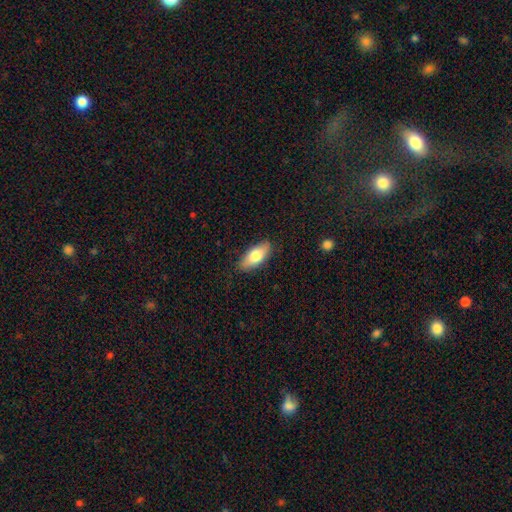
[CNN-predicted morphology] A smooth galaxy with no disk features (75%) that is in between round and cigar-shaped (83%).

Vote fractions:
- Smooth or featured? smooth: 75% / featured or disk: 19% / star or artifact: 6%
- How rounded? in between: 83% / cigar-shaped: 14% / round: 3%
- Merging? none: 86% / minor disturbance: 11% / major disturbance: 2% / merger: 1%